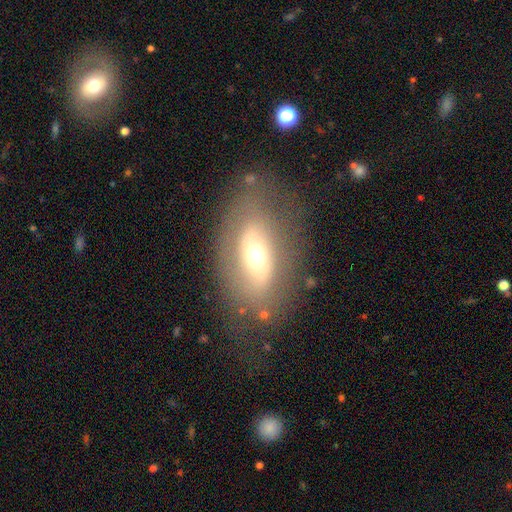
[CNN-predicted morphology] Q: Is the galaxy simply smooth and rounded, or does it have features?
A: featured or disk — 51%.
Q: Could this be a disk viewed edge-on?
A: no — 84%.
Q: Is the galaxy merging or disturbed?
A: none — 68%.